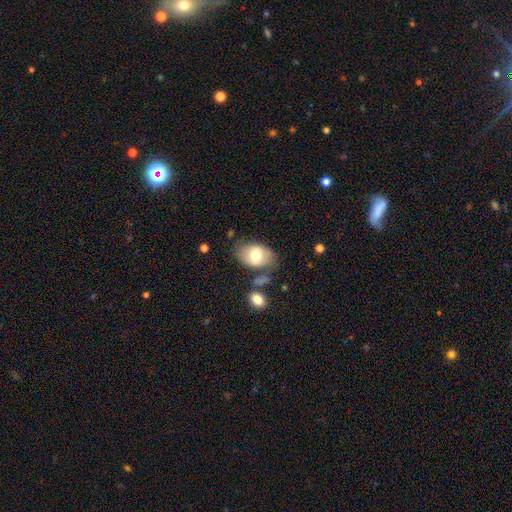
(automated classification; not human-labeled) smooth_or_featured: smooth (p=0.71) [alt: featured or disk p=0.22]
how_rounded: in between (p=0.84) [alt: round p=0.14]
merging: none (p=0.65) [alt: minor disturbance p=0.20]